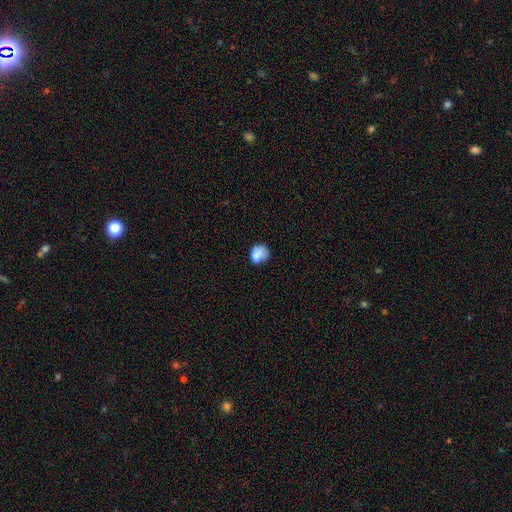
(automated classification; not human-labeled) Q: Smooth or featured?
A: smooth (78%); runner-up: featured or disk (12%)
Q: How rounded?
A: round (68%); runner-up: in between (31%)
Q: Merging?
A: none (50%); runner-up: minor disturbance (31%)